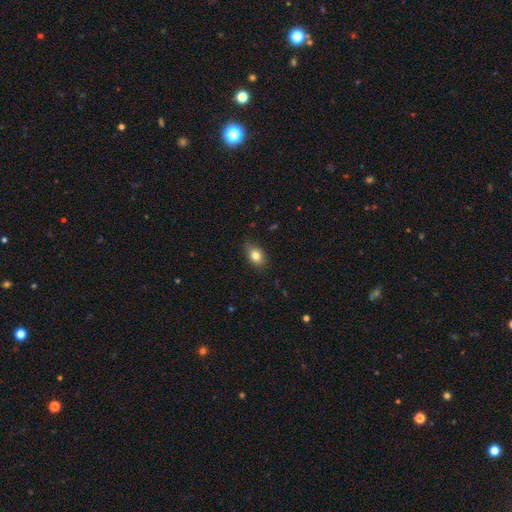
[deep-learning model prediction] smooth-or-featured: smooth: 81% | featured or disk: 10% | star or artifact: 9%
  how-rounded: in between: 75% | round: 23% | cigar-shaped: 2%
  merging: none: 77% | minor disturbance: 18% | major disturbance: 3% | merger: 1%